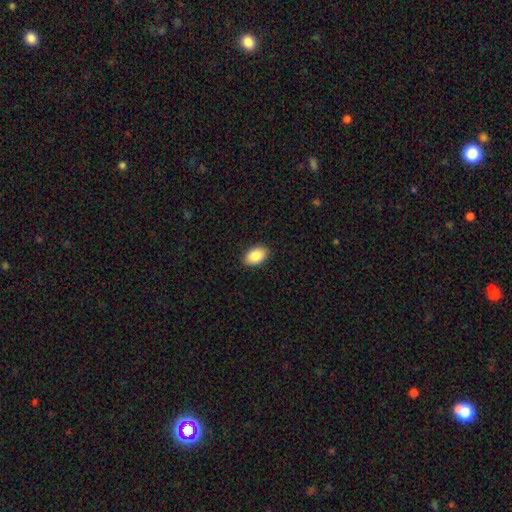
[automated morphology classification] smooth 87%, star or artifact 7%, featured or disk 6%. Down the decision tree: how rounded — in between (90%); merging — none (90%).